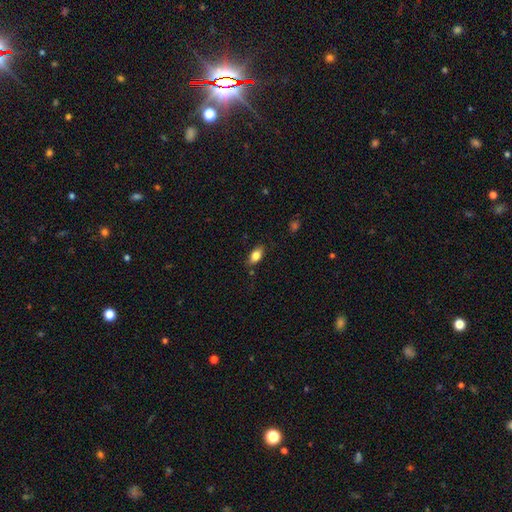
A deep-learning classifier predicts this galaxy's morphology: Overall: smooth (79%). How rounded: in between (87%). Merging: none (81%).